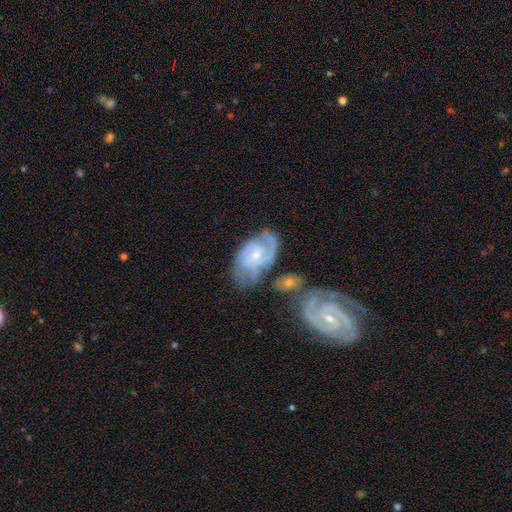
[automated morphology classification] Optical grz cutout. It shows a featured or disk galaxy (77%) with no bar (56%), 2 (40%) tight (45%) spiral arms (92%) and a small central bulge (65%). Merging: none (46%).